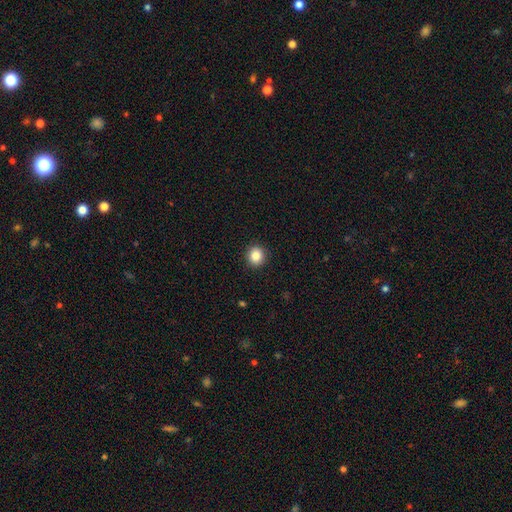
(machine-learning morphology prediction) smooth-or-featured: smooth: 85% | star or artifact: 10% | featured or disk: 5%
  how-rounded: round: 90% | in between: 9% | cigar-shaped: 1%
  merging: none: 92% | minor disturbance: 5% | major disturbance: 2% | merger: 1%